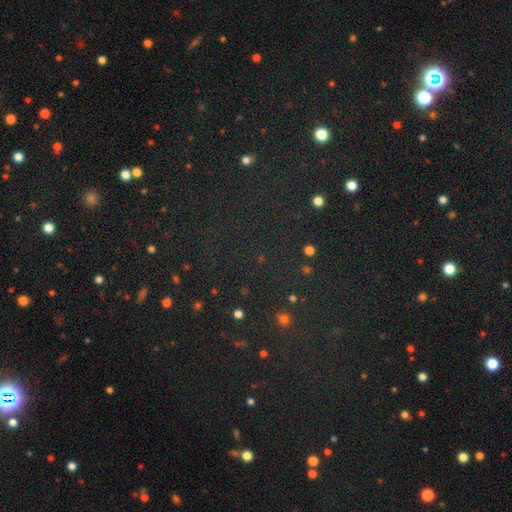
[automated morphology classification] Smooth or featured? star or artifact (74%)